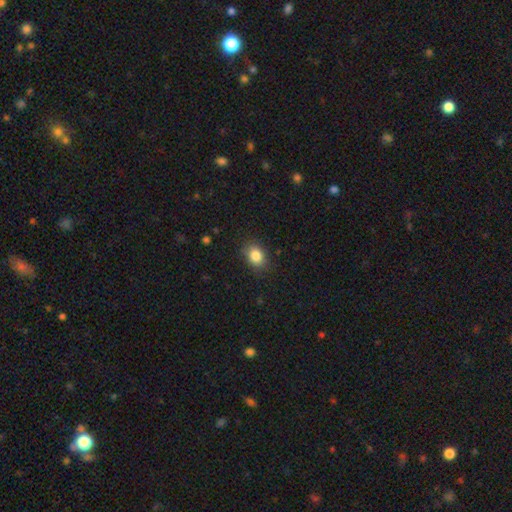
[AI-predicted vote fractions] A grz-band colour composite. It shows a smooth galaxy with no disk features (84%) that is in between round and cigar-shaped (62%). Merging: none (84%).